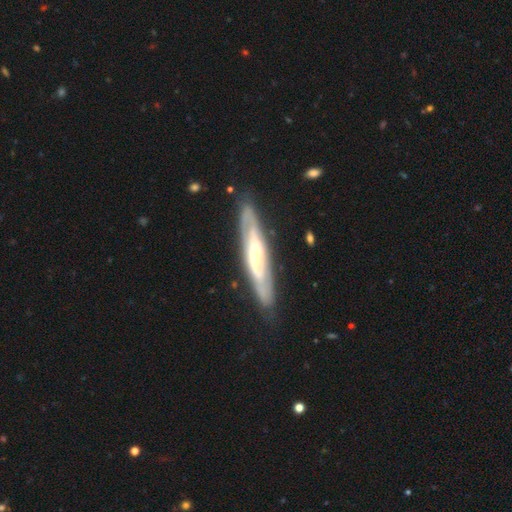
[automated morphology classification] featured or disk 73%, smooth 22%, star or artifact 5%. Down the decision tree: edge-on disk — no (53%); merging — none (83%).